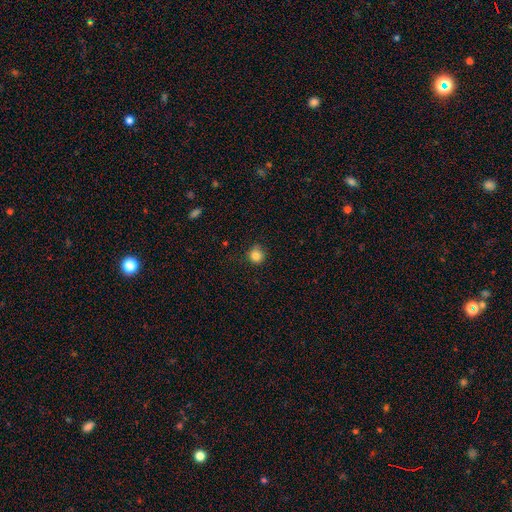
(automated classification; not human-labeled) Smooth or featured?
  - smooth: 84% *
  - star or artifact: 11%
  - featured or disk: 4%
How rounded?
  - round: 90% *
  - in between: 9%
  - cigar-shaped: 1%
Merging?
  - none: 75% *
  - minor disturbance: 20%
  - major disturbance: 4%
  - merger: 1%